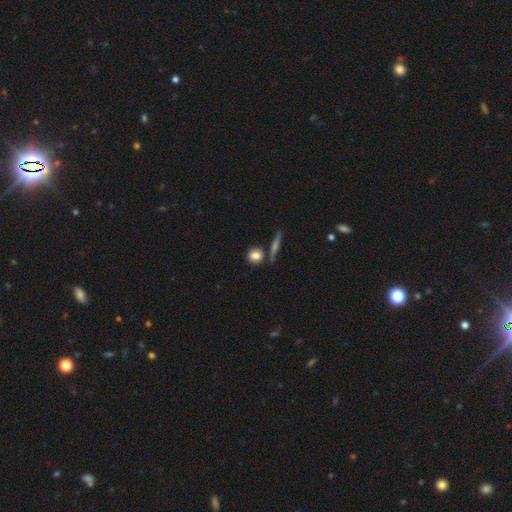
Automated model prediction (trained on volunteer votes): Smooth or featured: smooth — 81% (featured or disk — 10%)
How rounded: round — 72% (in between — 22%)
Merging: none — 73% (minor disturbance — 12%)